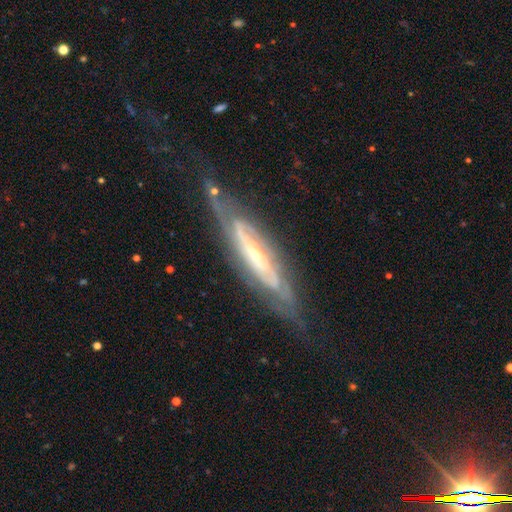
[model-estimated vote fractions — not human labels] This is clearly a featured or disk galaxy (83%). It is likely not viewed edge-on (66%). Bar: marginally no (44%). Spiral arm pattern: clearly yes (89%). Central bulge: likely small (68%). Merging: likely none (63%).